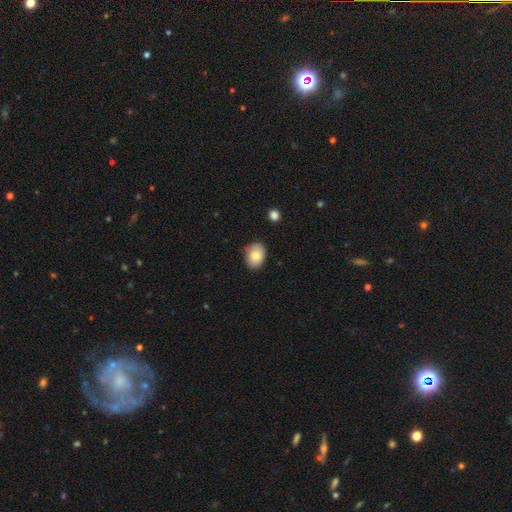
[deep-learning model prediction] Morphology: type=smooth (80%); roundness=in between (63%); merging=none (79%).